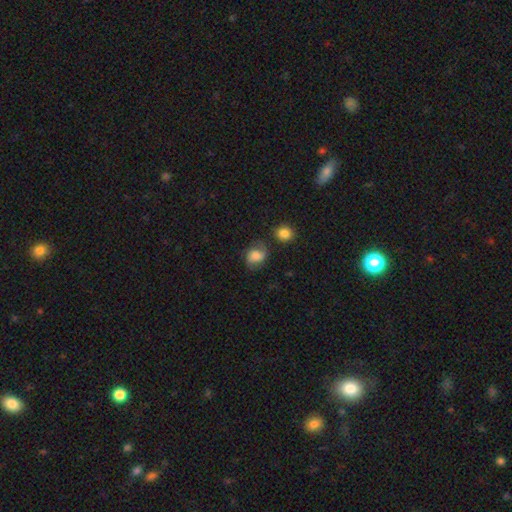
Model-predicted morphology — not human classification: This is likely a smooth galaxy (65%). How rounded: possibly round (52%). Merging: possibly none (59%).